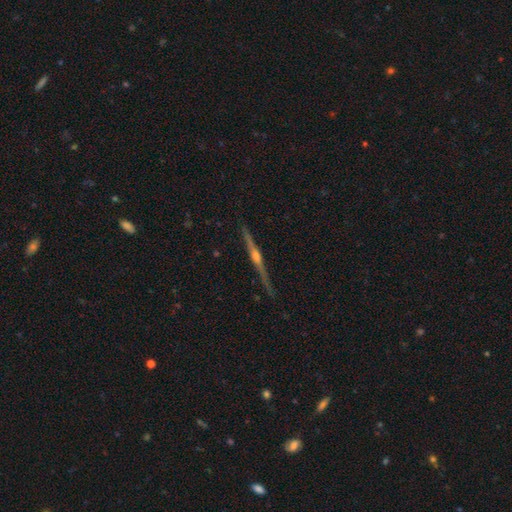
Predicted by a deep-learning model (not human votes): Smooth or featured? Predicted: featured or disk (p=0.85). Edge-on disk? Predicted: yes (p=0.99). Edge-on bulge? Predicted: rounded (p=0.88). Merging? Predicted: none (p=0.89).